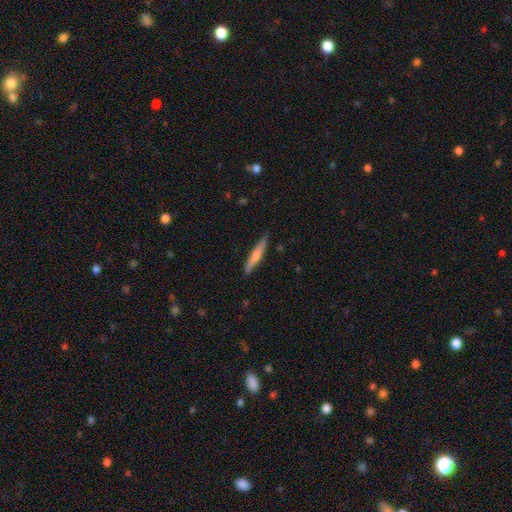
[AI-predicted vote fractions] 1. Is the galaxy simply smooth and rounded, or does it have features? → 59% smooth, 36% featured or disk, 5% star or artifact.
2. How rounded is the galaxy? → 92% cigar-shaped, 6% in between, 1% round.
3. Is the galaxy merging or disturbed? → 85% none, 12% minor disturbance, 2% major disturbance, 1% merger.